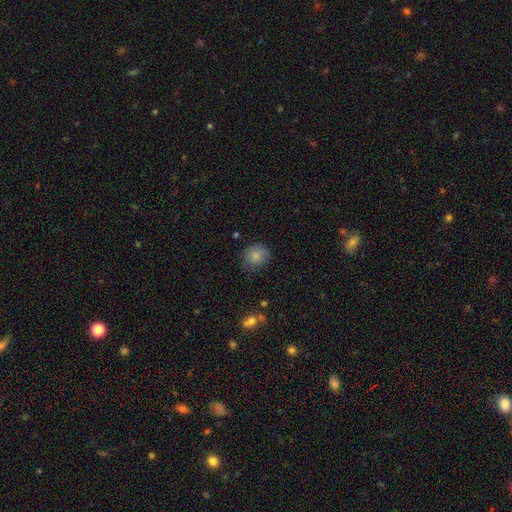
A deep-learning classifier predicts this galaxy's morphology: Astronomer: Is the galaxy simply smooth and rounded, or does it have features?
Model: smooth — 83%.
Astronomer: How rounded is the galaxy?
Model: round — 79%.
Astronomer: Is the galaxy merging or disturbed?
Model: none — 78%.